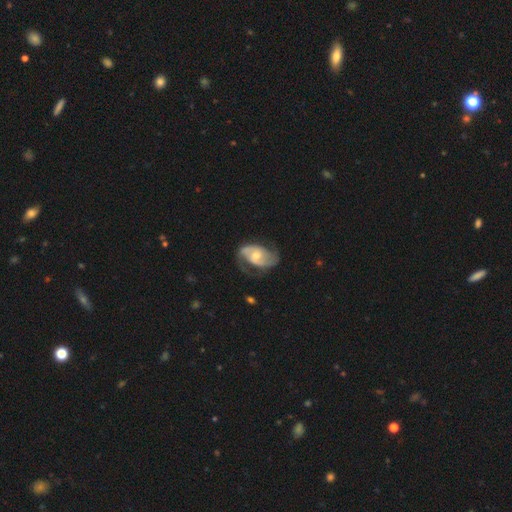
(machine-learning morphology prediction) Smooth or featured?
  - featured or disk: 78% *
  - smooth: 16%
  - star or artifact: 5%
Edge-on disk?
  - no: 97% *
  - yes: 3%
Bar?
  - no: 51% *
  - weak: 39%
  - strong: 10%
Spiral arms?
  - yes: 92% *
  - no: 8%
Spiral winding?
  - medium: 47% *
  - loose: 28%
  - tight: 25%
Spiral arm count?
  - 2: 82% *
  - can't tell: 9%
  - 1: 5%
  - 3: 2%
  - 4: 1%
  - more than 4: 1%
Bulge size?
  - moderate: 55% *
  - small: 36%
  - large: 5%
  - none: 3%
  - dominant: 1%
Merging?
  - none: 58% *
  - minor disturbance: 24%
  - major disturbance: 16%
  - merger: 2%